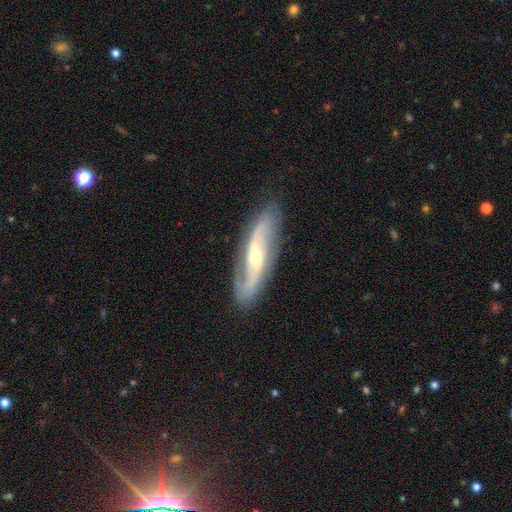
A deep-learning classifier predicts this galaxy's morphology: Smooth or featured? featured or disk (84%)
Edge-on disk? no (86%)
Bar? weak (39%)
Spiral arms? yes (95%)
Spiral winding? loose (43%)
Spiral arm count? 2 (89%)
Bulge size? small (47%, tied with moderate)
Merging? none (82%)